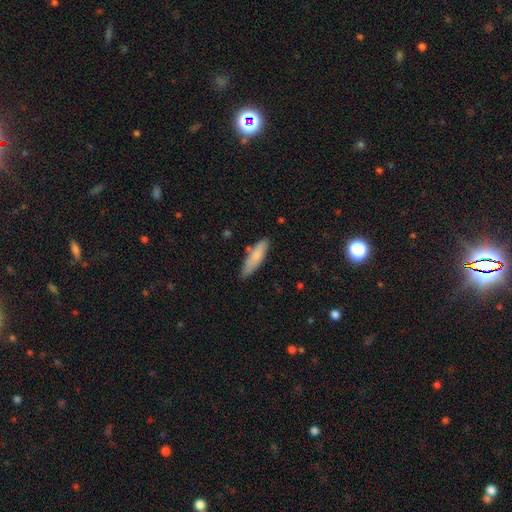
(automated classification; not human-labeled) smooth 78%, featured or disk 16%, star or artifact 6%. Down the decision tree: how rounded — cigar-shaped (68%); merging — none (77%).